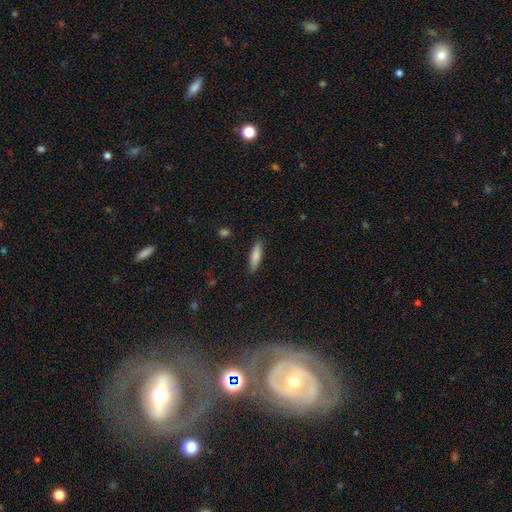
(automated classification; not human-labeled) smooth-or-featured: smooth: 83% | featured or disk: 11% | star or artifact: 6%
  how-rounded: cigar-shaped: 60% | in between: 38% | round: 2%
  merging: none: 87% | minor disturbance: 9% | major disturbance: 2% | merger: 1%